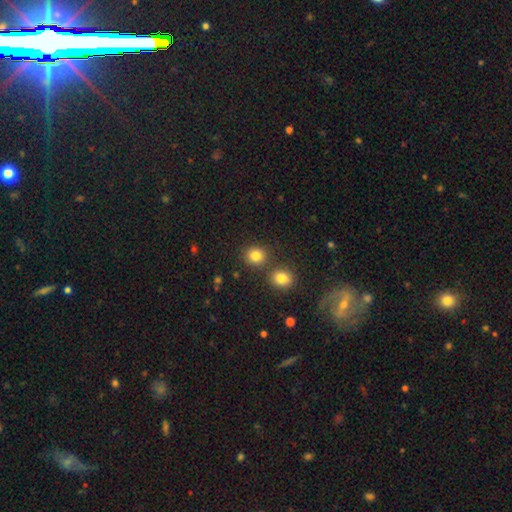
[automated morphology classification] This is clearly a smooth galaxy (83%). How rounded: clearly round (84%). Merging: likely none (78%).